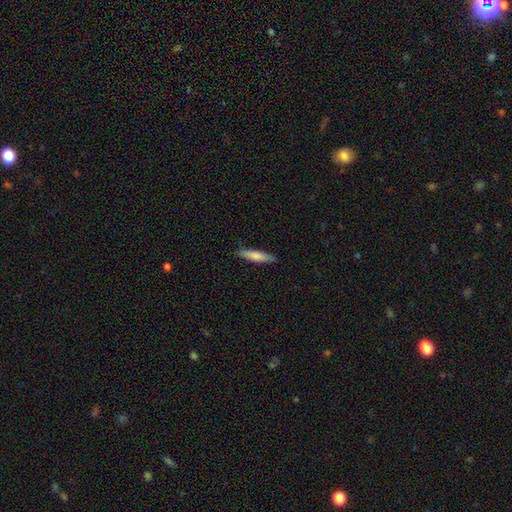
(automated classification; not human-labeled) Morphology: type=smooth (76%); roundness=cigar-shaped (81%); merging=none (87%).